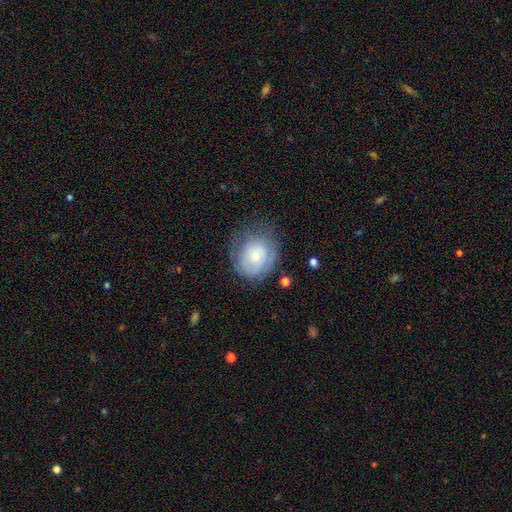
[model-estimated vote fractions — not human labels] smooth 63%, featured or disk 29%, star or artifact 8%. Down the decision tree: how rounded — round (75%); merging — none (54%).